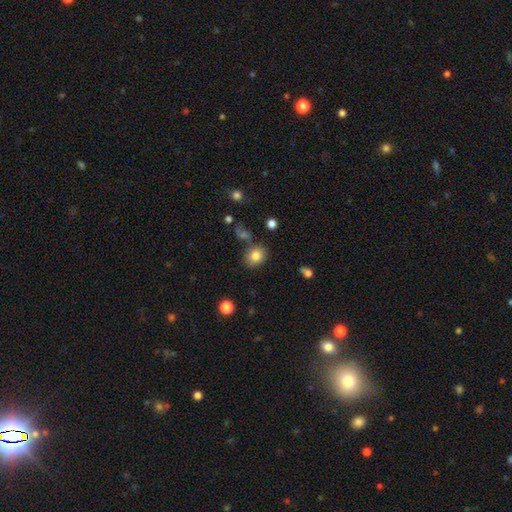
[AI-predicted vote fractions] Morphology: type=smooth (82%); roundness=round (60%); merging=none (74%).